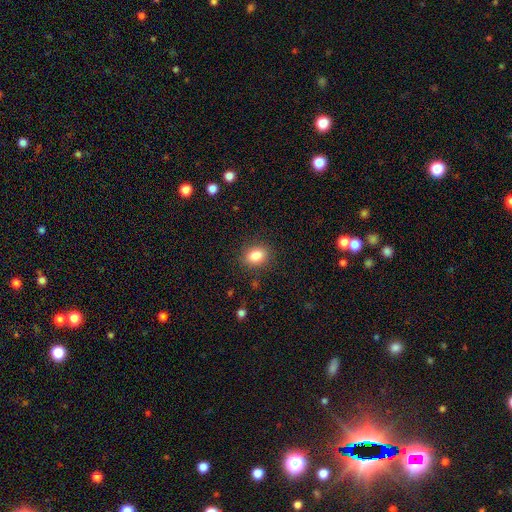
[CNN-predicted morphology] A smooth galaxy with no disk features (85%) that is in between round and cigar-shaped (63%).

Vote fractions:
- Smooth or featured? smooth: 85% / star or artifact: 9% / featured or disk: 6%
- How rounded? in between: 63% / round: 36% / cigar-shaped: 1%
- Merging? none: 87% / minor disturbance: 9% / major disturbance: 3% / merger: 1%